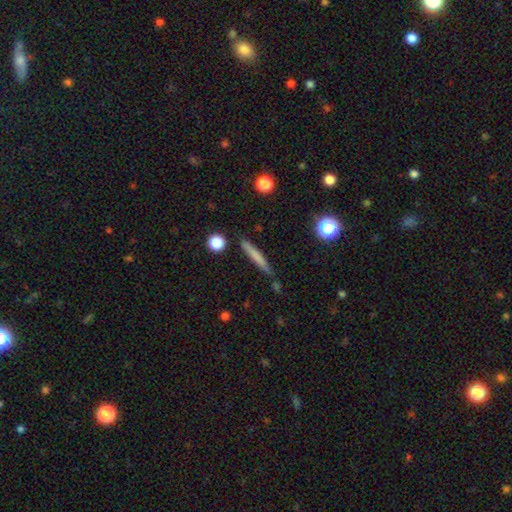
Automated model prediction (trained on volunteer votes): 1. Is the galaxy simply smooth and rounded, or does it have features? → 67% smooth, 26% featured or disk, 8% star or artifact.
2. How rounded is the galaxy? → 94% cigar-shaped, 4% in between, 2% round.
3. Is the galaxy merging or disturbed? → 82% none, 12% minor disturbance, 3% merger, 3% major disturbance.